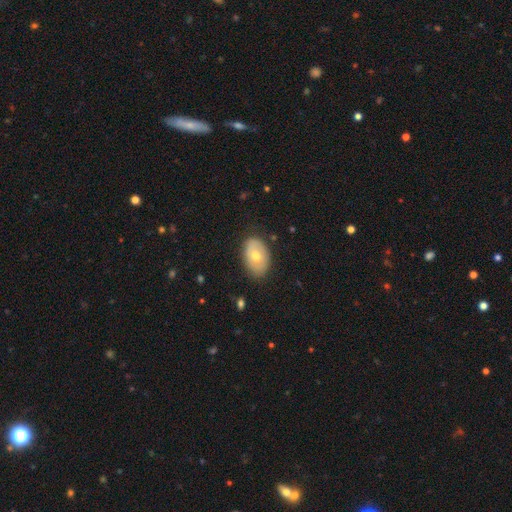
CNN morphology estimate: Smooth or featured: smooth — 62% (featured or disk — 32%)
How rounded: in between — 86% (round — 13%)
Merging: none — 81% (minor disturbance — 14%)